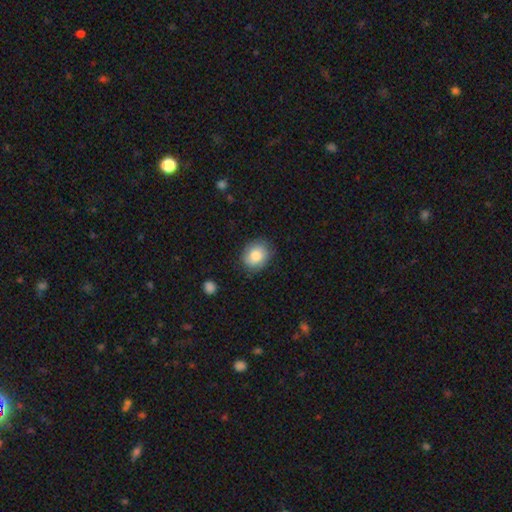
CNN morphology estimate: smooth_or_featured: smooth (p=0.82) [alt: featured or disk p=0.10]
how_rounded: round (p=0.65) [alt: in between p=0.34]
merging: none (p=0.82) [alt: minor disturbance p=0.14]